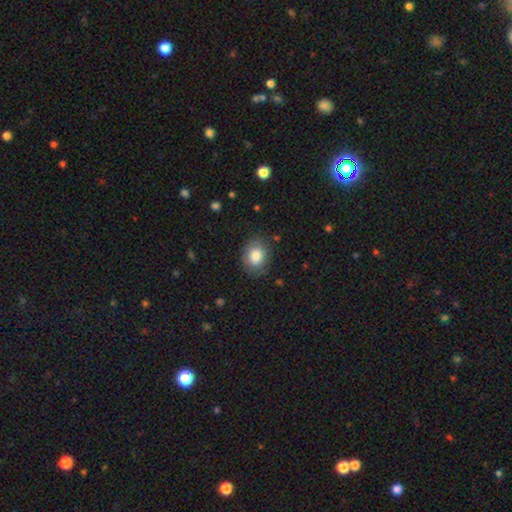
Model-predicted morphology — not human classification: Smooth or featured: smooth — 82% (featured or disk — 10%)
How rounded: in between — 51% (round — 48%)
Merging: none — 79% (minor disturbance — 15%)